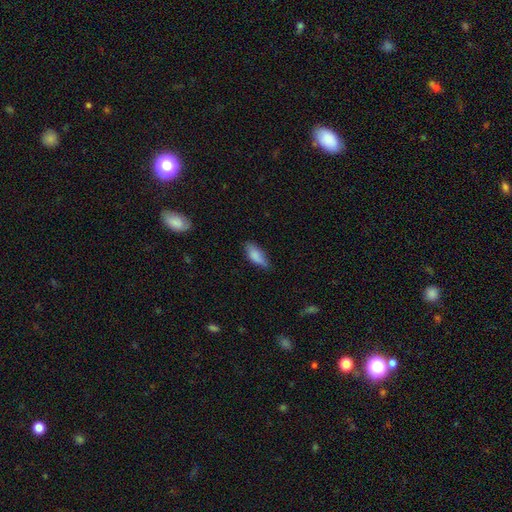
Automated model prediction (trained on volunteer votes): Smooth or featured: smooth — 84% (featured or disk — 9%)
How rounded: in between — 79% (cigar-shaped — 19%)
Merging: none — 59% (minor disturbance — 32%)